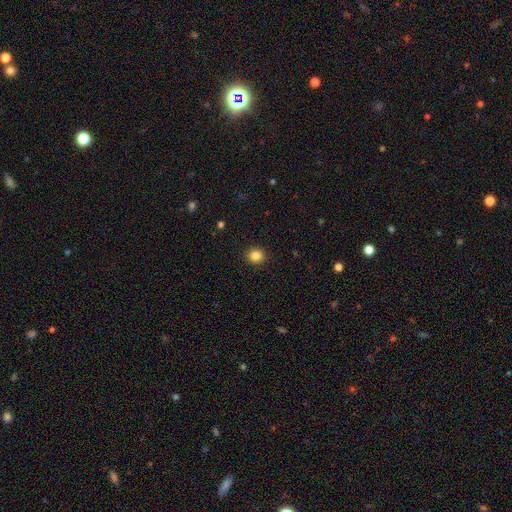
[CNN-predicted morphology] This is clearly a smooth galaxy (84%). How rounded: clearly round (85%). Merging: clearly none (92%).